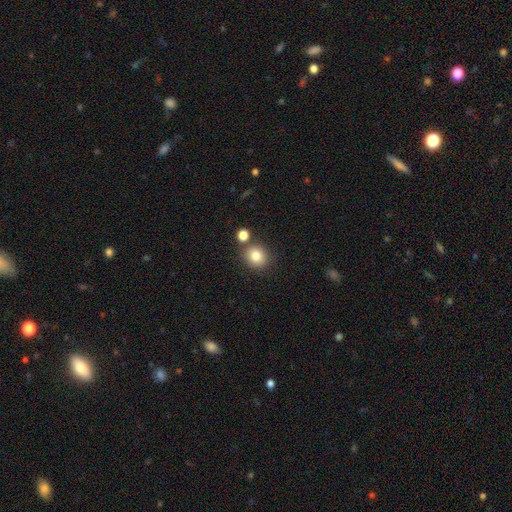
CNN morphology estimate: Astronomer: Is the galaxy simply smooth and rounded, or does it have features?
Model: smooth — 82%.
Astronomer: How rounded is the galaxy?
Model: round — 76%.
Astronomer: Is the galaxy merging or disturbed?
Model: none — 75%.